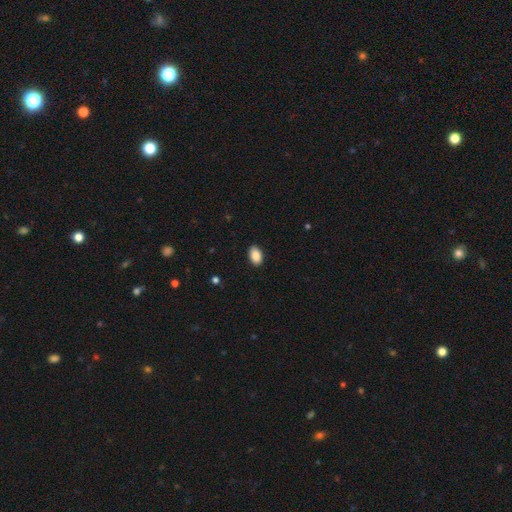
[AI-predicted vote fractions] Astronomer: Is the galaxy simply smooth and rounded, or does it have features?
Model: smooth — 89%.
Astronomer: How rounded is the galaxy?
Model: in between — 91%.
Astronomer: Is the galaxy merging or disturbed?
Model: none — 89%.